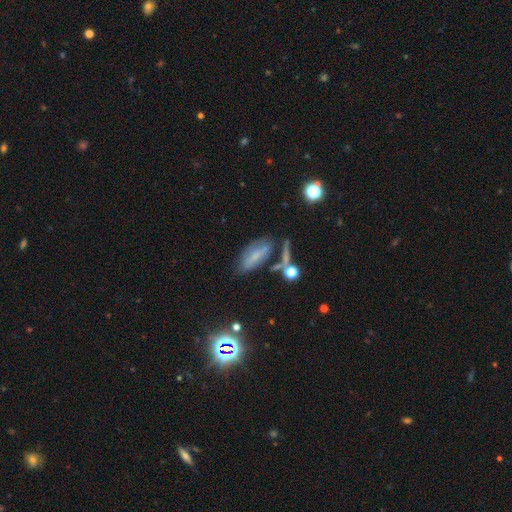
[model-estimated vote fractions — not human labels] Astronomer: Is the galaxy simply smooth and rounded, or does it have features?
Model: smooth — 50% (runner-up: featured or disk, 34%).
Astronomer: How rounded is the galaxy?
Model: in between — 73%.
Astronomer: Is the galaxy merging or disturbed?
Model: none — 52%.